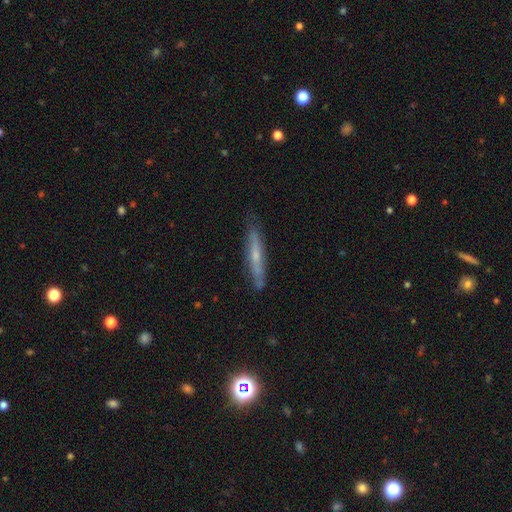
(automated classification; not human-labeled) smooth_or_featured: featured or disk (p=0.55) [alt: smooth p=0.38]
disk_edge_on: yes (p=0.82) [alt: no p=0.18]
merging: none (p=0.81) [alt: minor disturbance p=0.15]